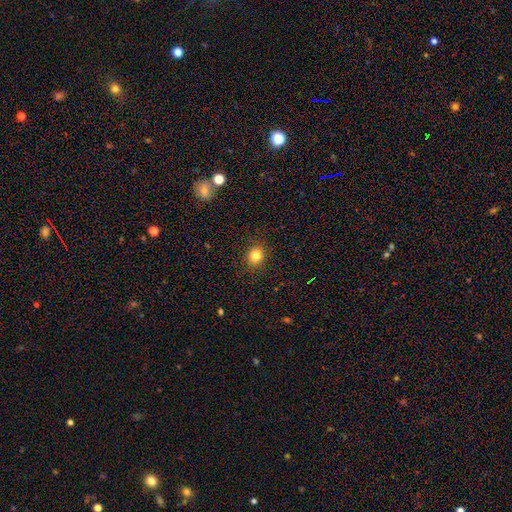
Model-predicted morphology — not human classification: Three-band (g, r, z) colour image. It shows a smooth galaxy with no disk features (81%) that is round (78%). Merging: none (89%).